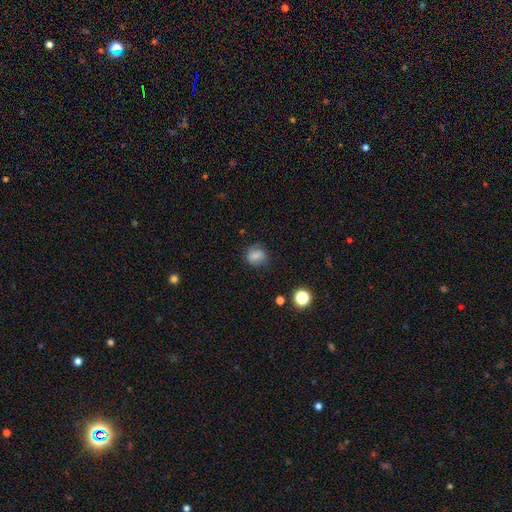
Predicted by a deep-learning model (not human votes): This is likely a smooth galaxy (75%). How rounded: possibly round (58%). Merging: likely none (69%).